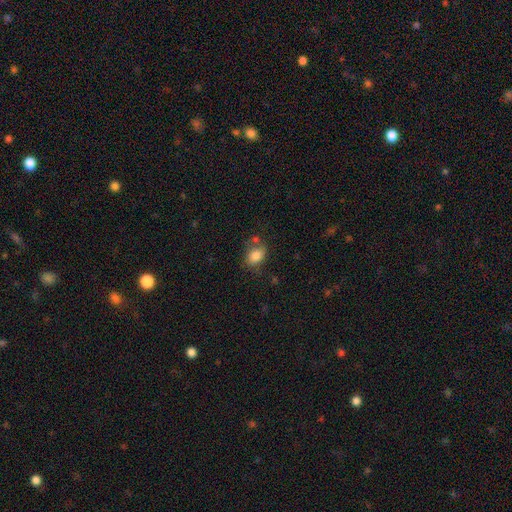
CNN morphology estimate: smooth 83%, star or artifact 9%, featured or disk 8%. Down the decision tree: how rounded — in between (70%); merging — none (60%).